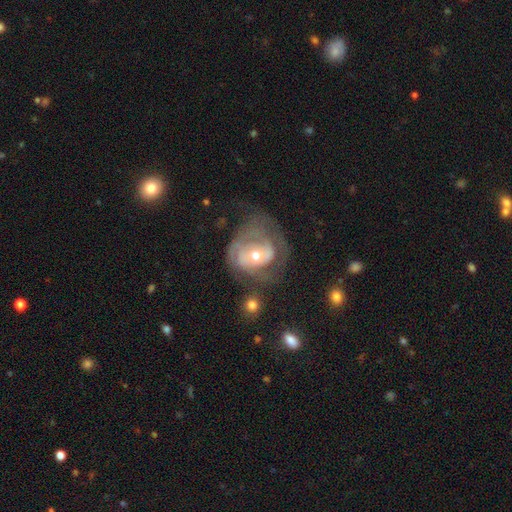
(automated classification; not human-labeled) Q: Smooth or featured?
A: featured or disk (70%); runner-up: smooth (22%)
Q: Edge-on disk?
A: no (97%); runner-up: yes (3%)
Q: Bar?
A: no (72%); runner-up: weak (22%)
Q: Spiral arms?
A: yes (69%); runner-up: no (31%)
Q: Bulge size?
A: moderate (60%); runner-up: small (34%)
Q: Merging?
A: major disturbance (39%); runner-up: none (34%)